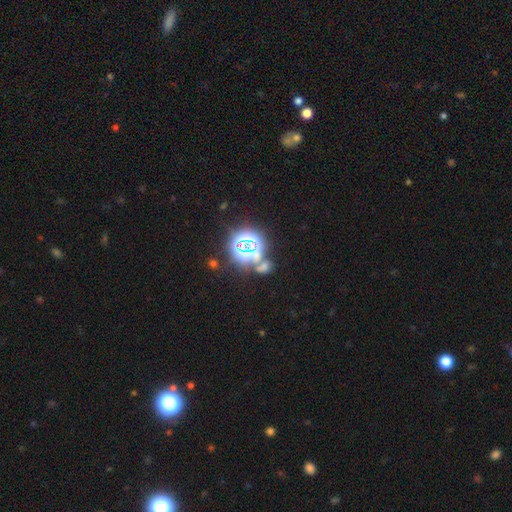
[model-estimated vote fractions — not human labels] star or artifact 73%, smooth 17%, featured or disk 10%.